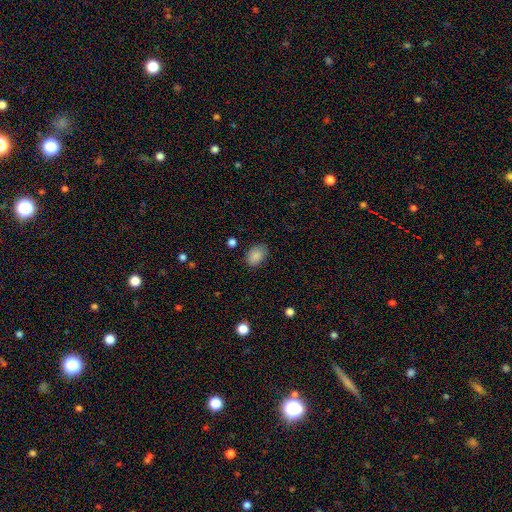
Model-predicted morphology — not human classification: Smooth or featured? Predicted: smooth (p=0.87). How rounded? Predicted: in between (p=0.79). Merging? Predicted: none (p=0.78).